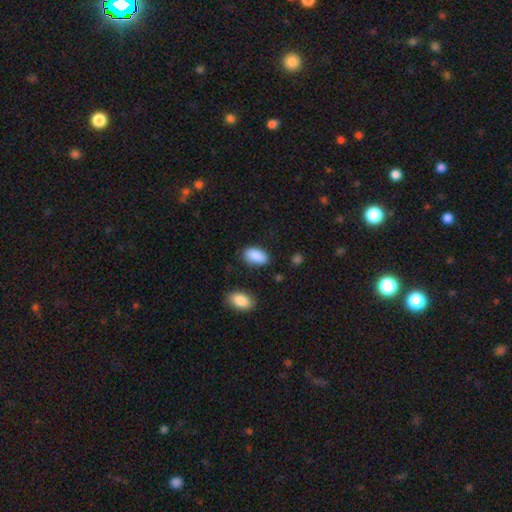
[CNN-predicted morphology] Overall: smooth (89%). How rounded: in between (93%). Merging: none (78%).